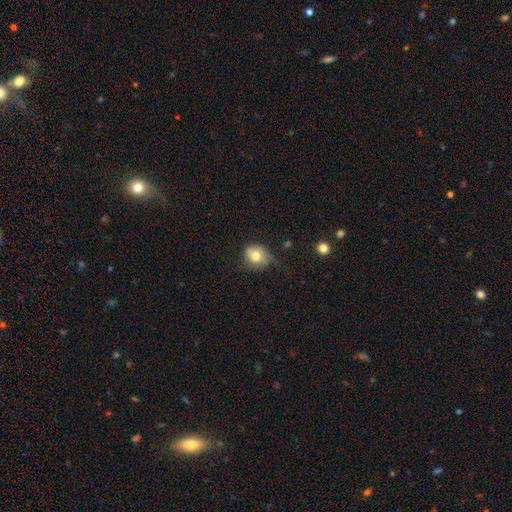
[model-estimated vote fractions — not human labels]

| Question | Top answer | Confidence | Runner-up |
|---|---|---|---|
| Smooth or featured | smooth | 76% | featured or disk (14%) |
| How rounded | round | 75% | in between (24%) |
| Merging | none | 53% | minor disturbance (33%) |